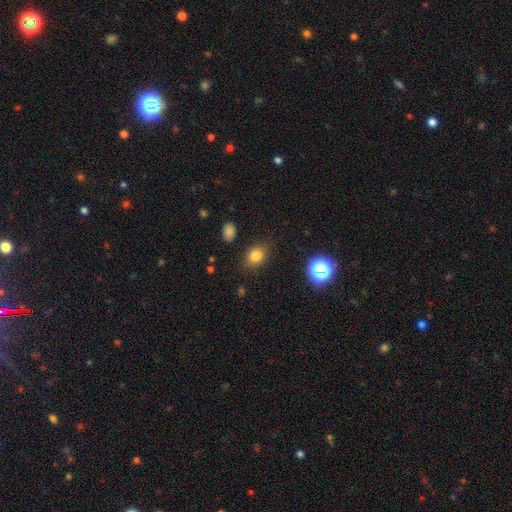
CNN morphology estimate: A smooth galaxy with no disk features (79%) that is in between round and cigar-shaped (64%).

Vote fractions:
- Smooth or featured? smooth: 79% / star or artifact: 13% / featured or disk: 7%
- How rounded? in between: 64% / round: 35% / cigar-shaped: 1%
- Merging? none: 83% / minor disturbance: 11% / major disturbance: 4% / merger: 2%